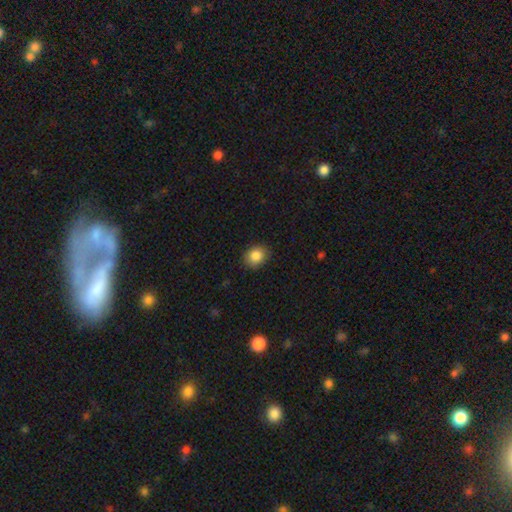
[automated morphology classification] Q: Smooth or featured?
A: smooth (87%); runner-up: star or artifact (9%)
Q: How rounded?
A: round (58%); runner-up: in between (42%)
Q: Merging?
A: none (86%); runner-up: minor disturbance (11%)